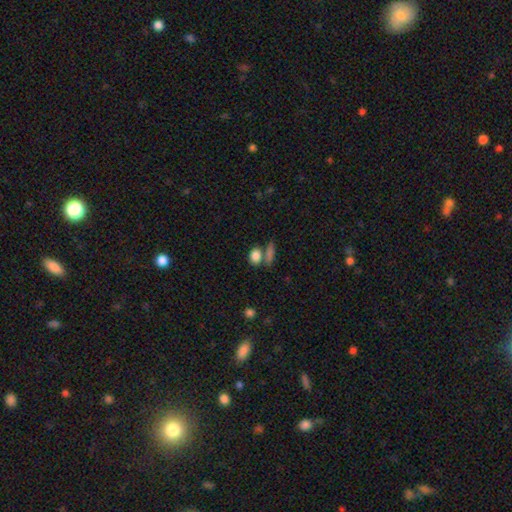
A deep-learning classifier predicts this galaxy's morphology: Smooth or featured: smooth — 84% (star or artifact — 9%)
How rounded: in between — 67% (round — 28%)
Merging: none — 54% (merger — 30%)